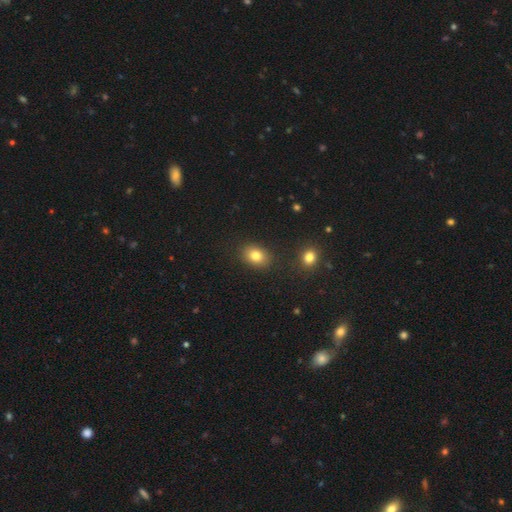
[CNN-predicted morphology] smooth_or_featured: smooth (p=0.82) [alt: star or artifact p=0.10]
how_rounded: in between (p=0.68) [alt: round p=0.31]
merging: none (p=0.86) [alt: minor disturbance p=0.09]